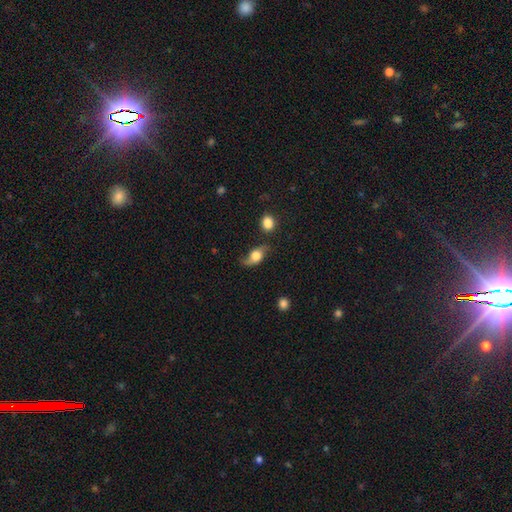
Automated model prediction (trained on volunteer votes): Morphology: type=featured or disk (47%); merging=none (60%).